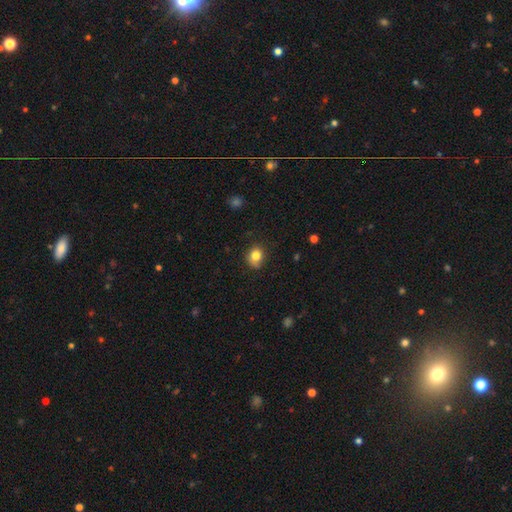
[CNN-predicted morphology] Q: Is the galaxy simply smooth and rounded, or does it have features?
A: smooth — 80%.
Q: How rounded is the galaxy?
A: round — 71%.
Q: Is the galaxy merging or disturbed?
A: none — 70%.